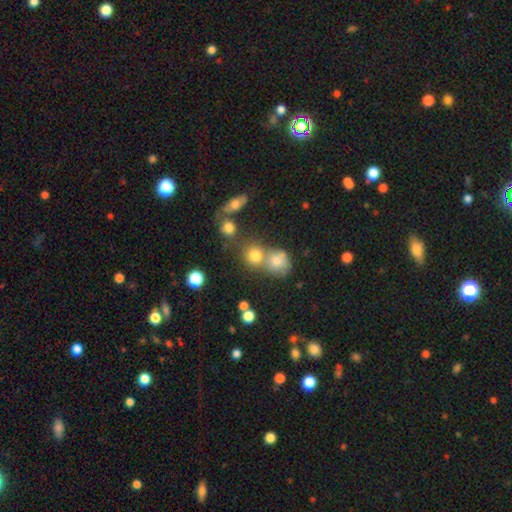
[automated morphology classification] Smooth or featured?
  - smooth: 73% *
  - star or artifact: 16%
  - featured or disk: 11%
How rounded?
  - round: 80% *
  - in between: 18%
  - cigar-shaped: 1%
Merging?
  - none: 44% *
  - merger: 43%
  - minor disturbance: 9%
  - major disturbance: 4%